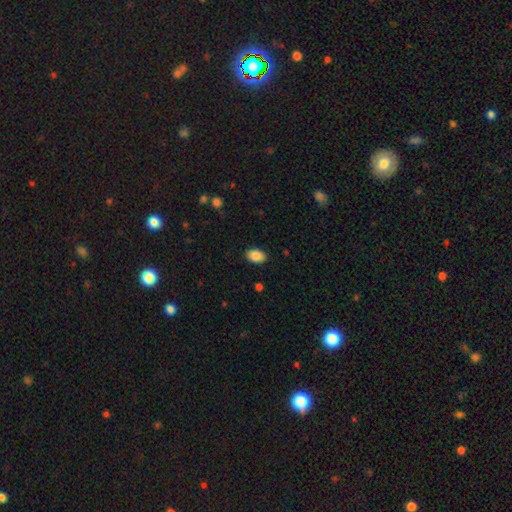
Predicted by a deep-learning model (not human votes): Overall: smooth (88%). How rounded: in between (89%). Merging: none (88%).